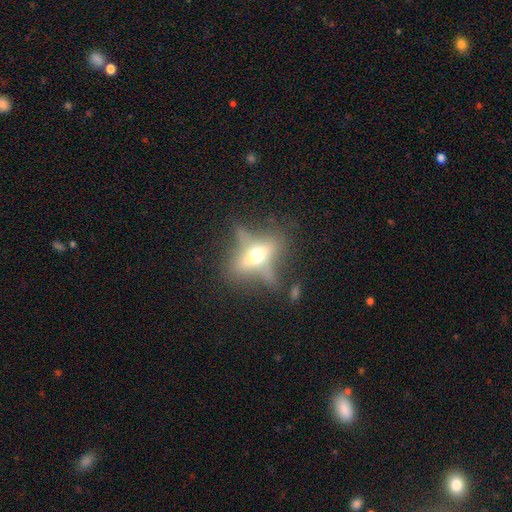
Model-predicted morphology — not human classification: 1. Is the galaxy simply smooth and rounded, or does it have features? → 56% featured or disk, 32% smooth, 12% star or artifact.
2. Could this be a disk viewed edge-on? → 68% yes, 32% no.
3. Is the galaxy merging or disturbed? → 56% none, 20% minor disturbance, 19% major disturbance, 5% merger.